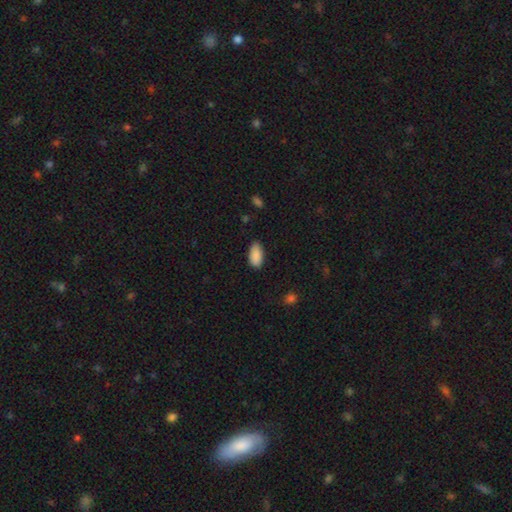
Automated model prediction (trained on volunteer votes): Smooth or featured? Predicted: smooth (p=0.90). How rounded? Predicted: in between (p=0.93). Merging? Predicted: none (p=0.83).